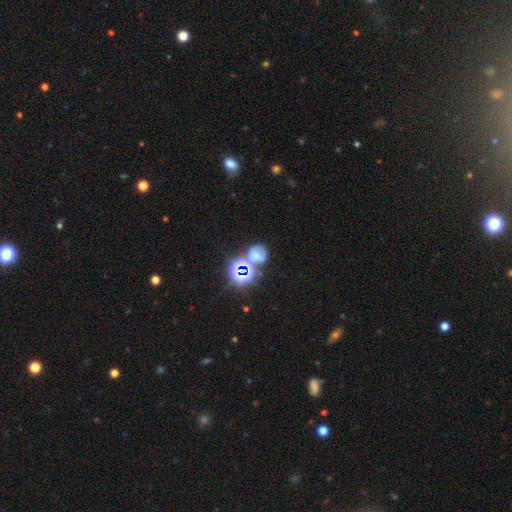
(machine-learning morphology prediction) smooth_or_featured: smooth (p=0.42) [alt: star or artifact p=0.36]
merging: none (p=0.53) [alt: merger p=0.24]